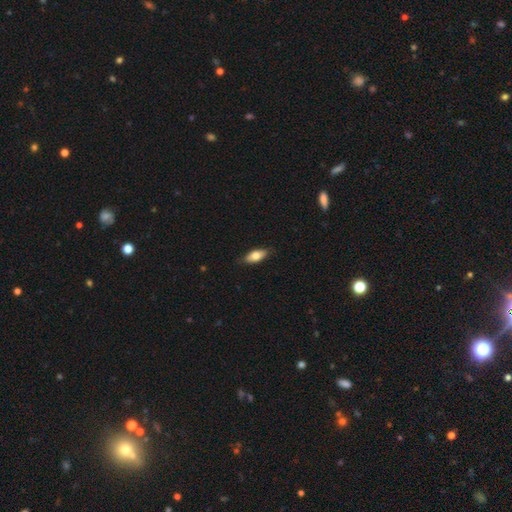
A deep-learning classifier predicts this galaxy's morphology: type=smooth (73%); roundness=in between (81%); merging=none (85%).